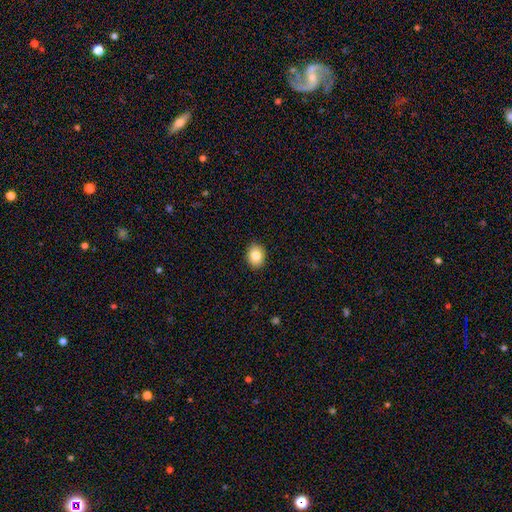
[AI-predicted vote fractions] smooth-or-featured: smooth: 83% | star or artifact: 9% | featured or disk: 8%
  how-rounded: in between: 53% | round: 46% | cigar-shaped: 1%
  merging: none: 90% | minor disturbance: 7% | major disturbance: 2% | merger: 1%